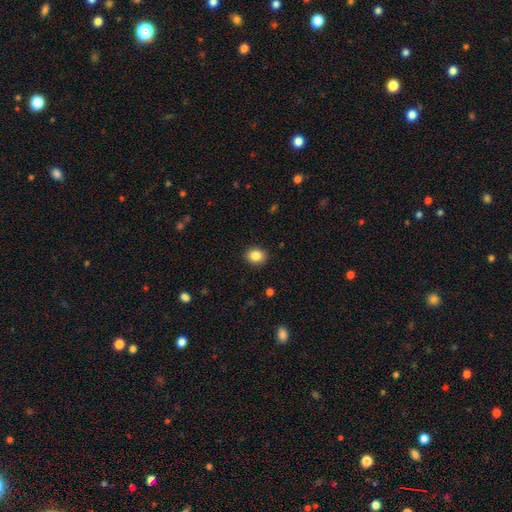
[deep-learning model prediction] Q: Smooth or featured?
A: smooth (86%); runner-up: star or artifact (9%)
Q: How rounded?
A: round (58%); runner-up: in between (41%)
Q: Merging?
A: none (90%); runner-up: minor disturbance (7%)